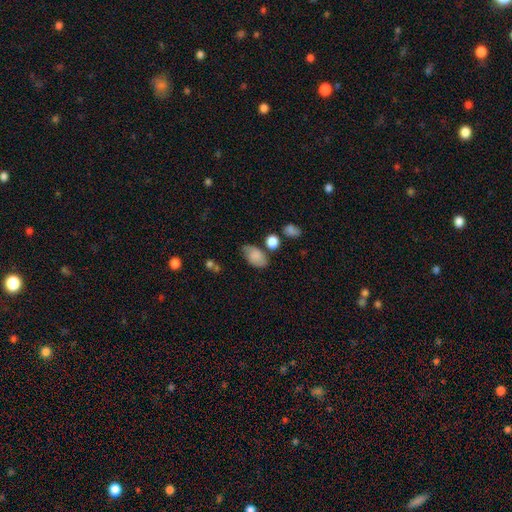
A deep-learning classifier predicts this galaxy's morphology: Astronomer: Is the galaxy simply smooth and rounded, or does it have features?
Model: smooth — 76%.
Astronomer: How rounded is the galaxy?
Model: in between — 91%.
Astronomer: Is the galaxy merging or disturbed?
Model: none — 60%.